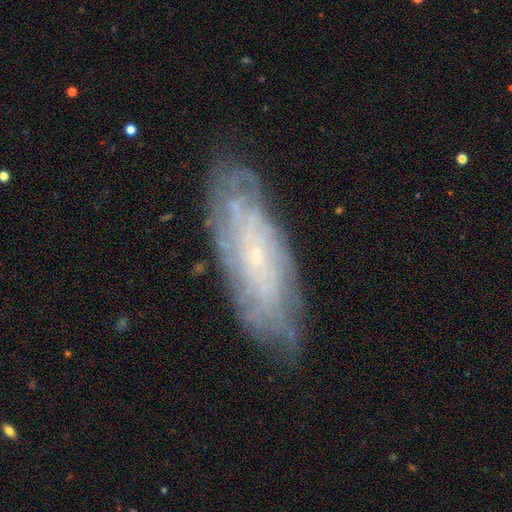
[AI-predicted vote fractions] Smooth or featured?
  - featured or disk: 73% *
  - smooth: 19%
  - star or artifact: 7%
Edge-on disk?
  - no: 83% *
  - yes: 17%
Bar?
  - no: 74% *
  - weak: 21%
  - strong: 5%
Spiral arms?
  - yes: 86% *
  - no: 14%
Spiral winding?
  - tight: 74% *
  - medium: 20%
  - loose: 6%
Spiral arm count?
  - can't tell: 63% *
  - 4: 10%
  - more than 4: 10%
  - 2: 7%
  - 3: 6%
  - 1: 4%
Bulge size?
  - small: 84% *
  - moderate: 9%
  - none: 5%
  - large: 1%
  - dominant: 1%
Merging?
  - none: 78% *
  - minor disturbance: 16%
  - major disturbance: 4%
  - merger: 2%